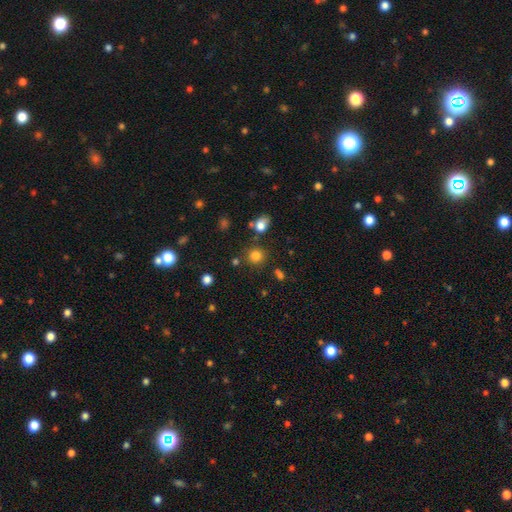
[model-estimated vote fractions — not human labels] smooth-or-featured: smooth: 81% | star or artifact: 14% | featured or disk: 5%
  how-rounded: round: 87% | in between: 12% | cigar-shaped: 1%
  merging: none: 80% | minor disturbance: 9% | merger: 7% | major disturbance: 4%